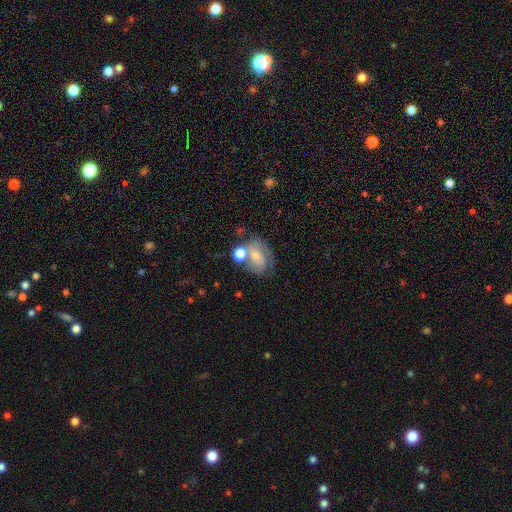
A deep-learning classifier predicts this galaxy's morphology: featured or disk 46%, smooth 44%, star or artifact 10%. Down the decision tree: merging — none (35%).